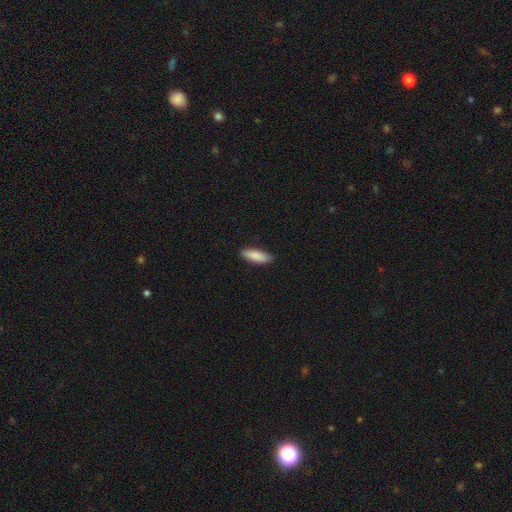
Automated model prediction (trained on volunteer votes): smooth 87%, featured or disk 7%, star or artifact 5%. Down the decision tree: how rounded — in between (54%); merging — none (88%).